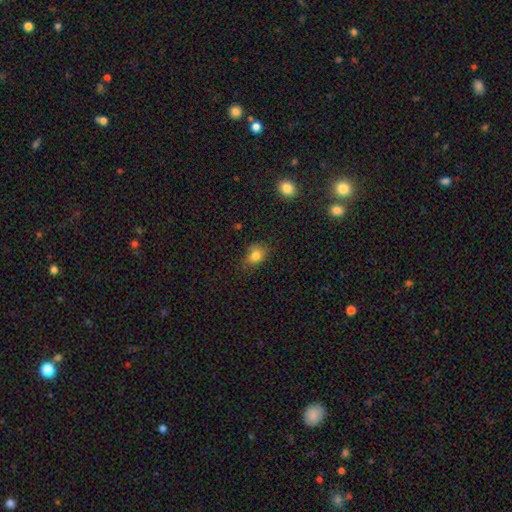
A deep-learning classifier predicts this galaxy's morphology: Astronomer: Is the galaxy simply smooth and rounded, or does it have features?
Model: smooth — 80%.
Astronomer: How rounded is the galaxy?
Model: in between — 57% (runner-up: round, 41%).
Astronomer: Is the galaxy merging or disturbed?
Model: none — 65%.